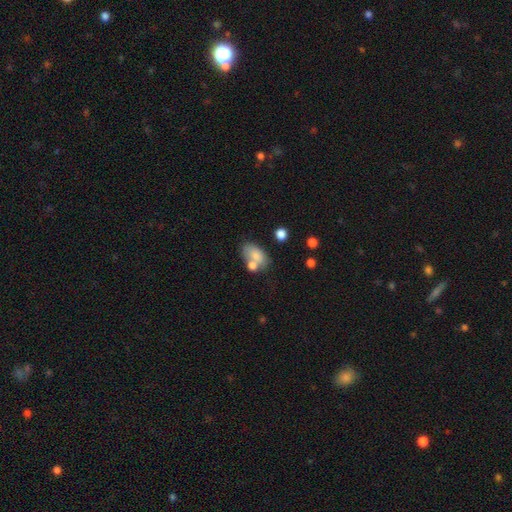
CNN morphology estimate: Smooth or featured? Predicted: smooth (p=0.77). How rounded? Predicted: in between (p=0.88). Merging? Predicted: none (p=0.46).